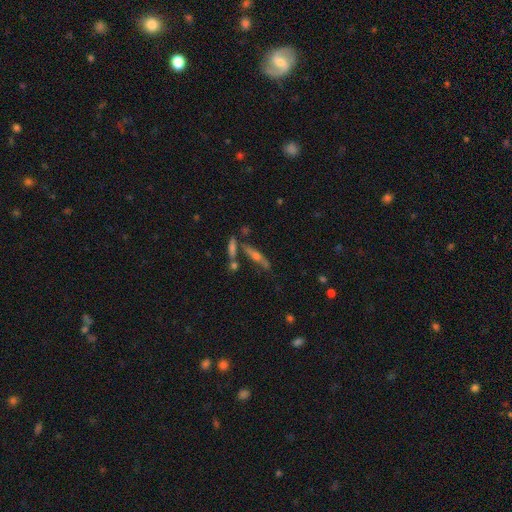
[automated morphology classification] Q: Smooth or featured?
A: featured or disk (60%); runner-up: smooth (27%)
Q: Edge-on disk?
A: yes (83%); runner-up: no (17%)
Q: Edge-on bulge?
A: rounded (84%); runner-up: none (10%)
Q: Merging?
A: none (65%); runner-up: merger (16%)